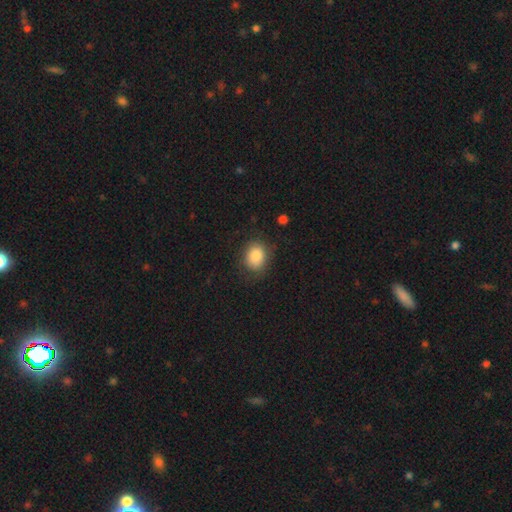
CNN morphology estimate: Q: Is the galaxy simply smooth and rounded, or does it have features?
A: smooth — 84%.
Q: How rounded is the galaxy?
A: round — 51%.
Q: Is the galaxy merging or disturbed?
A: none — 79%.